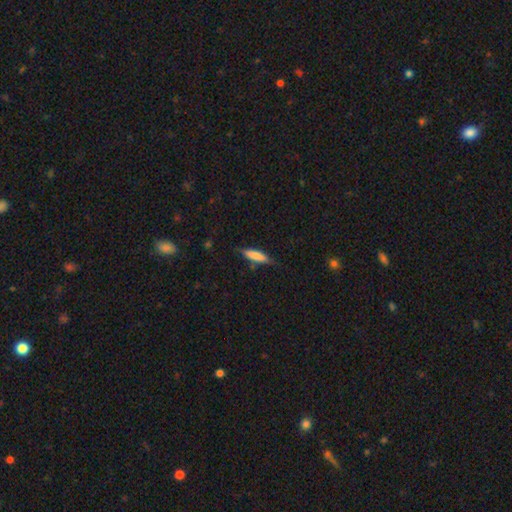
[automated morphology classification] smooth 76%, featured or disk 18%, star or artifact 6%. Down the decision tree: how rounded — cigar-shaped (69%); merging — none (75%).